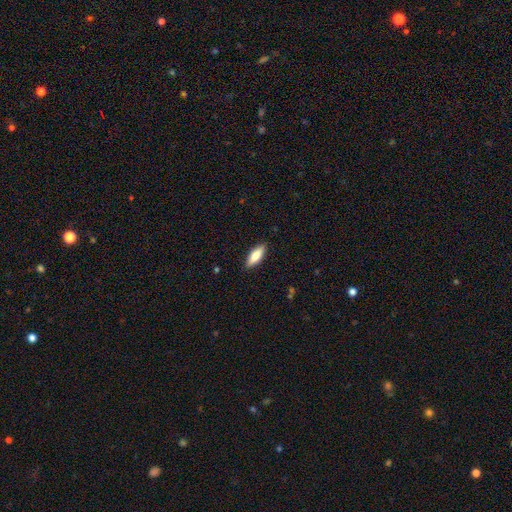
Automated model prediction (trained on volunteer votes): A smooth galaxy with no disk features (75%) that is in between round and cigar-shaped (61%). Merging: none (89%).